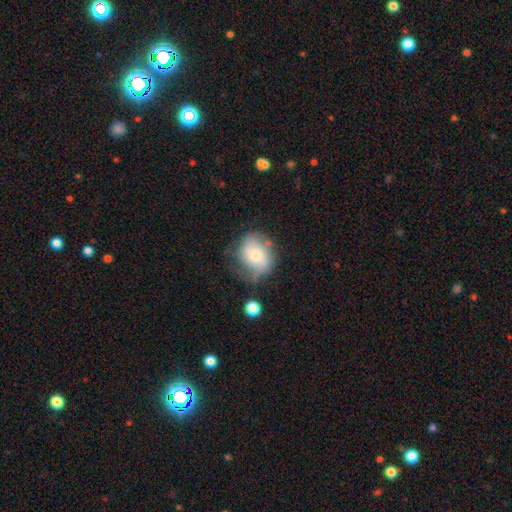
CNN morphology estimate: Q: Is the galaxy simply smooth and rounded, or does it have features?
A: featured or disk — 48%.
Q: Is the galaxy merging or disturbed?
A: none — 48%.